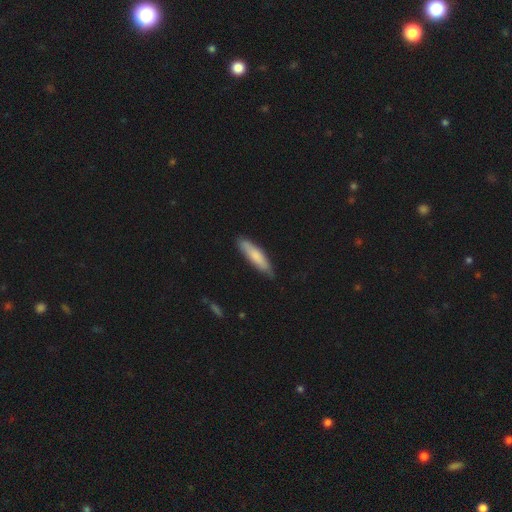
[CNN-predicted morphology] Q: Smooth or featured?
A: smooth (74%); runner-up: featured or disk (21%)
Q: How rounded?
A: cigar-shaped (76%); runner-up: in between (23%)
Q: Merging?
A: none (78%); runner-up: minor disturbance (18%)